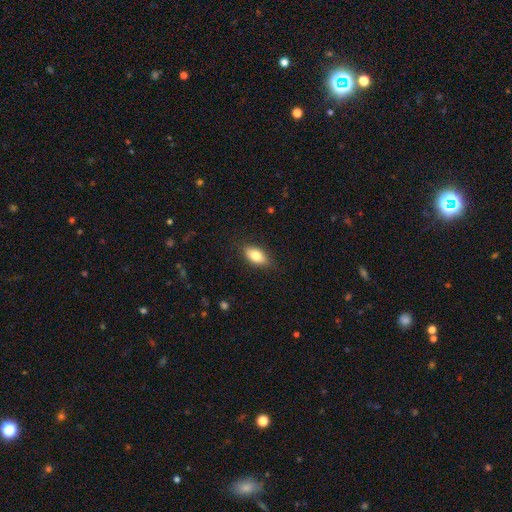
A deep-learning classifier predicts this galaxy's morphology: smooth-or-featured: smooth: 78% | featured or disk: 15% | star or artifact: 7%
  how-rounded: in between: 87% | cigar-shaped: 7% | round: 6%
  merging: none: 83% | minor disturbance: 13% | major disturbance: 3% | merger: 1%